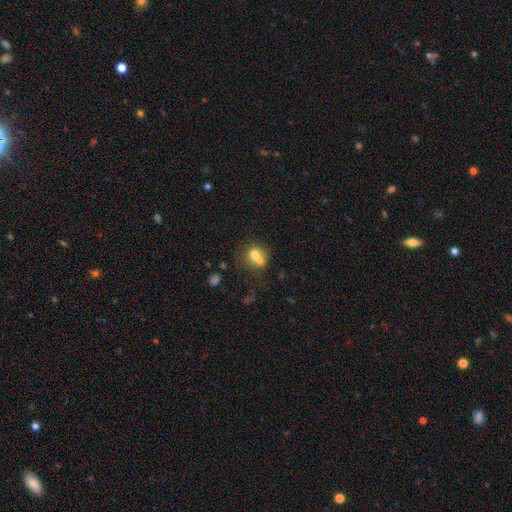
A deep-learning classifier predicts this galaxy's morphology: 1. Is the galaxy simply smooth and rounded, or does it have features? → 68% smooth, 21% featured or disk, 11% star or artifact.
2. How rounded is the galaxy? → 67% round, 32% in between, 1% cigar-shaped.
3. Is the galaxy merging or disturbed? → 62% merger, 26% none, 8% minor disturbance, 4% major disturbance.